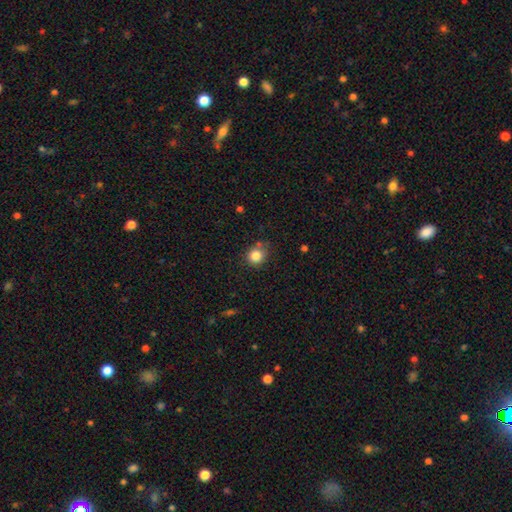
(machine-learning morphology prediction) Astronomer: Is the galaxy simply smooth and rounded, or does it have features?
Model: smooth — 83%.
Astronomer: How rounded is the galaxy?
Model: round — 85%.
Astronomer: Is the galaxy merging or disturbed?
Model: none — 73%.